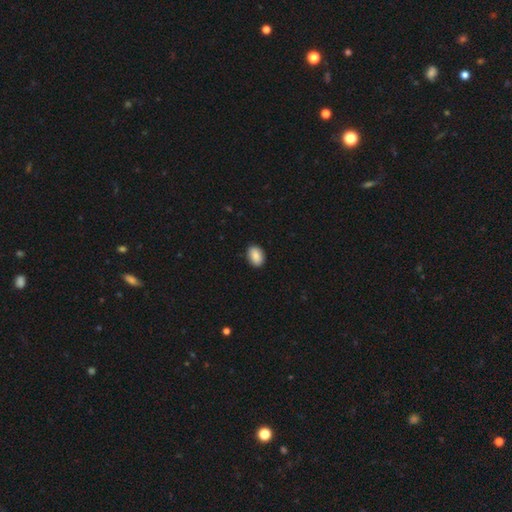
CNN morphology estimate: Overall: smooth (89%). How rounded: in between (85%). Merging: none (90%).